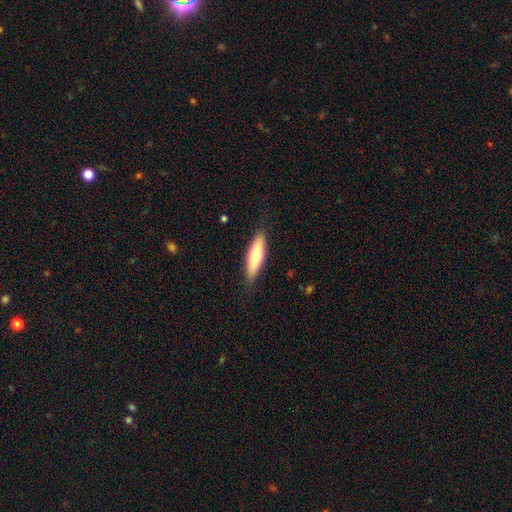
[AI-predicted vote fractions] The model was most divided on "how rounded": cigar-shaped: 59%, in between: 39%, round: 2%. More confident: merging — none (84%); smooth or featured — smooth (74%).